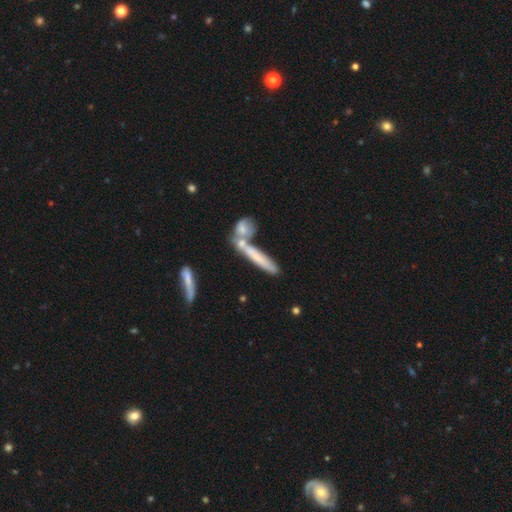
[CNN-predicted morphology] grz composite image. It shows a smooth galaxy with no disk features (57%) that is cigar-shaped (87%). Merging: none (50%).